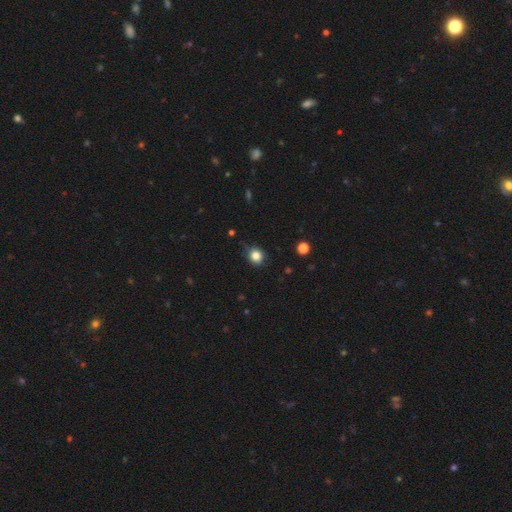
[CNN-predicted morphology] Smooth or featured?
  - smooth: 83% *
  - star or artifact: 11%
  - featured or disk: 6%
How rounded?
  - round: 80% *
  - in between: 19%
  - cigar-shaped: 1%
Merging?
  - none: 75% *
  - minor disturbance: 20%
  - major disturbance: 3%
  - merger: 2%